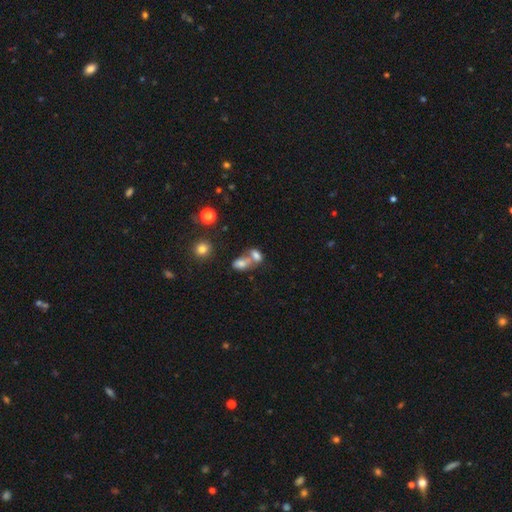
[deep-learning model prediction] A smooth galaxy with no disk features (73%) that is in between round and cigar-shaped (82%). Merging: merger (62%).